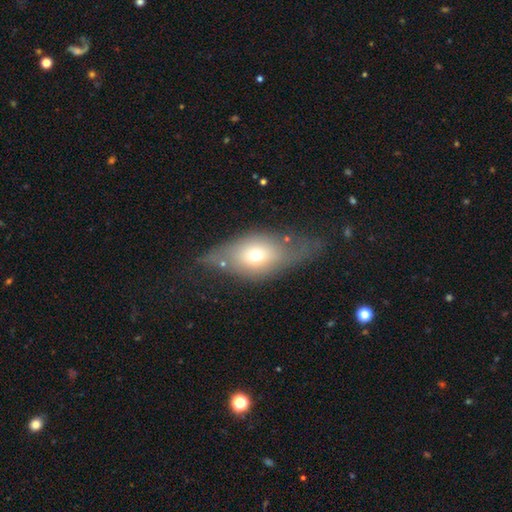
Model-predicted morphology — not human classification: Q: Smooth or featured?
A: smooth (53%); runner-up: featured or disk (36%)
Q: How rounded?
A: in between (72%); runner-up: round (20%)
Q: Merging?
A: none (54%); runner-up: minor disturbance (21%)